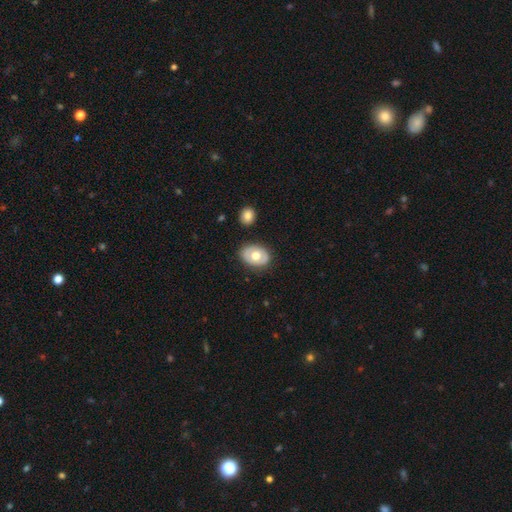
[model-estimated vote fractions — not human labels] Smooth or featured: smooth — 56% (featured or disk — 38%)
How rounded: in between — 67% (round — 32%)
Merging: none — 82% (minor disturbance — 12%)